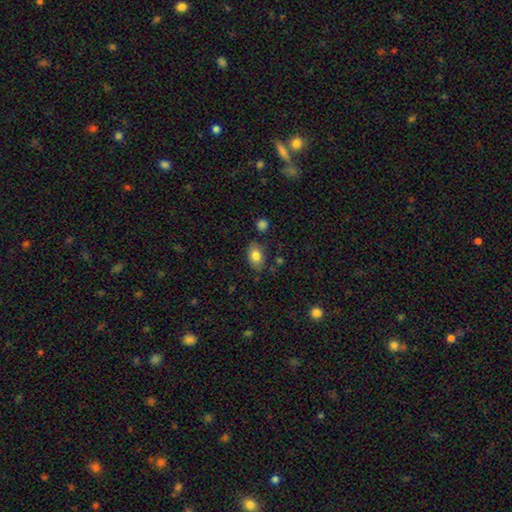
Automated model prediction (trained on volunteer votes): A smooth galaxy with no disk features (81%) that is in between round and cigar-shaped (85%). Merging: none (78%).